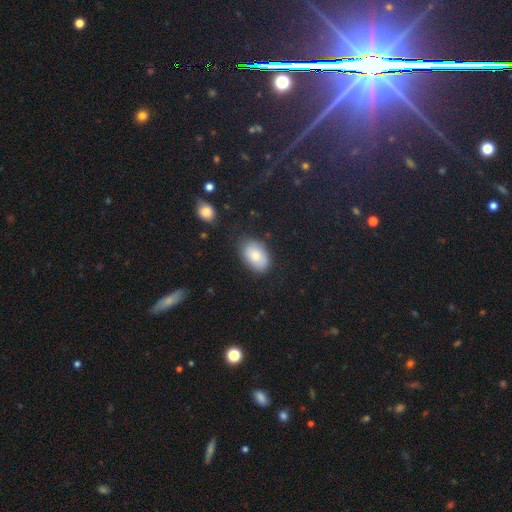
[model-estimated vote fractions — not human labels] A smooth galaxy with no disk features (78%) that is in between round and cigar-shaped (88%).

Vote fractions:
- Smooth or featured? smooth: 78% / featured or disk: 14% / star or artifact: 8%
- How rounded? in between: 88% / round: 11% / cigar-shaped: 1%
- Merging? none: 78% / minor disturbance: 16% / major disturbance: 4% / merger: 2%